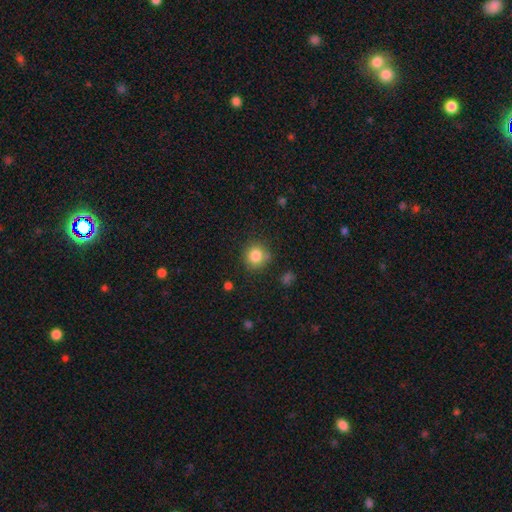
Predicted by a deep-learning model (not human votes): This is clearly a smooth galaxy (84%). How rounded: clearly round (90%). Merging: clearly none (81%).